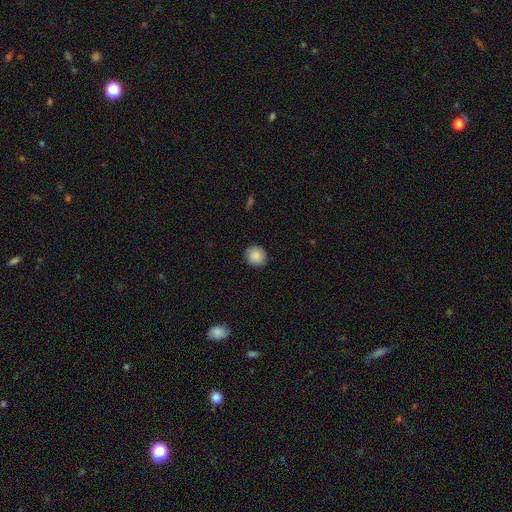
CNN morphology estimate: The model was most divided on "how rounded": round: 86%, in between: 13%, cigar-shaped: 1%. More confident: merging — none (89%); smooth or featured — smooth (87%).